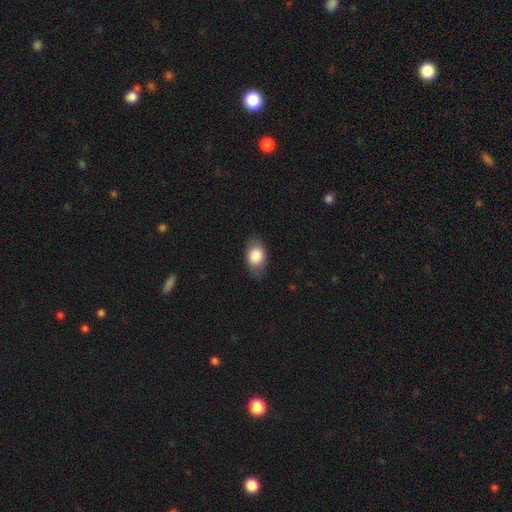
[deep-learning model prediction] Smooth or featured: smooth — 83% (featured or disk — 10%)
How rounded: in between — 85% (round — 13%)
Merging: none — 81% (minor disturbance — 14%)